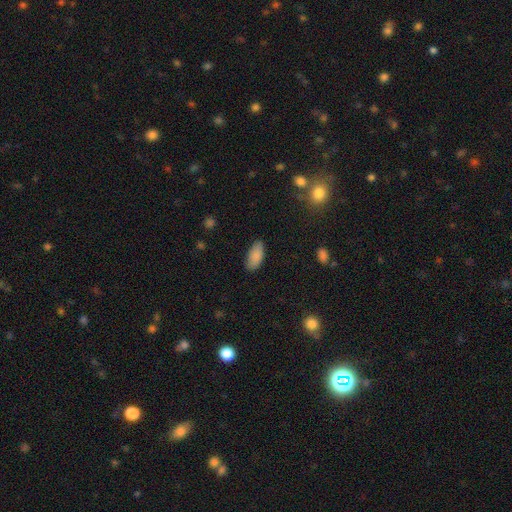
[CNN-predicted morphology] The model was most divided on "merging": none: 83%, minor disturbance: 13%, major disturbance: 3%, merger: 1%. More confident: how rounded — in between (89%); smooth or featured — smooth (88%).